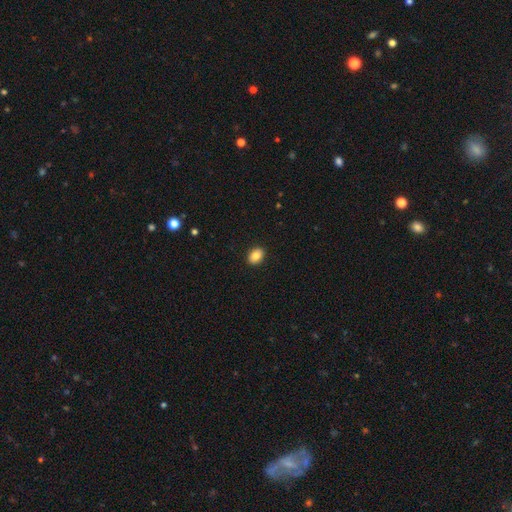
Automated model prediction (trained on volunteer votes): Morphology: type=smooth (86%); roundness=in between (72%); merging=none (91%).